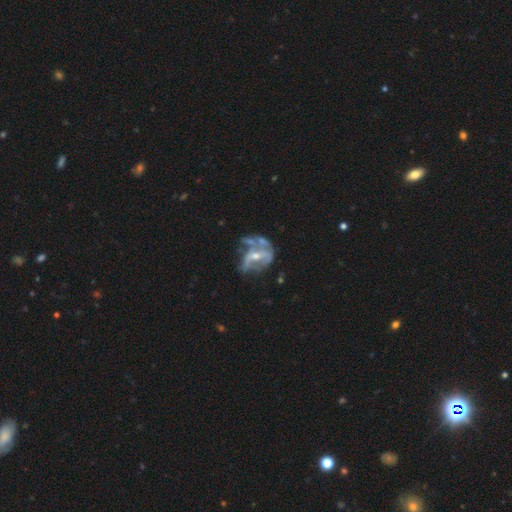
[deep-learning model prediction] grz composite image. It shows a featured or disk galaxy (74%) with no bar (42%), spiral arms (56%) and a small central bulge (47%). Merging: major disturbance (32%).